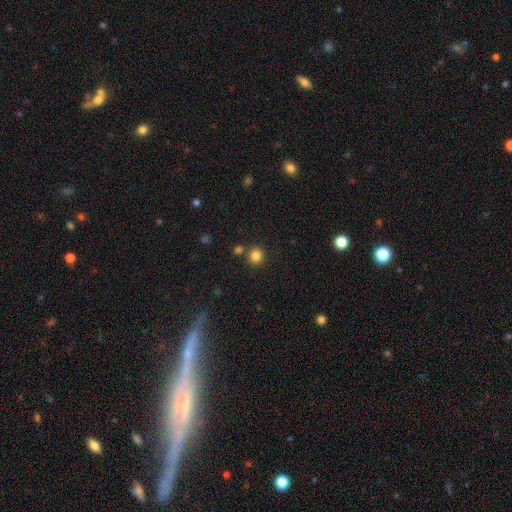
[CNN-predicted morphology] This is clearly a smooth galaxy (84%). How rounded: clearly round (90%). Merging: clearly none (81%).